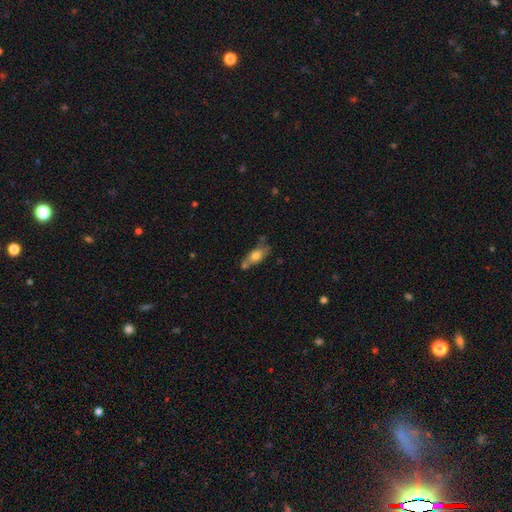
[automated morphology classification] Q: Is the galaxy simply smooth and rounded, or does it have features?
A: smooth — 63%.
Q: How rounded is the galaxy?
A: in between — 69%.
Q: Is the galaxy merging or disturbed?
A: none — 54%.